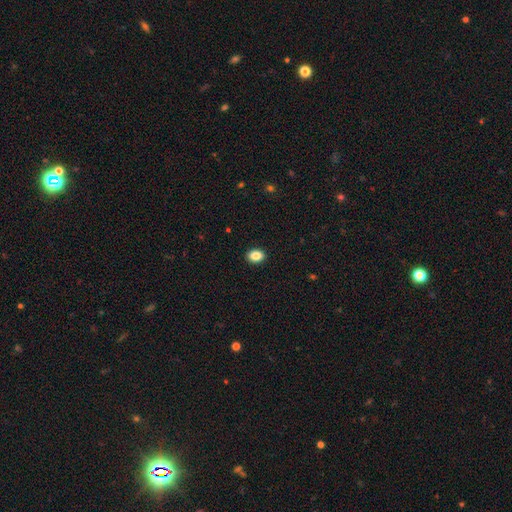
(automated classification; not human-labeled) This is clearly a smooth galaxy (87%). How rounded: likely in between (72%). Merging: clearly none (91%).